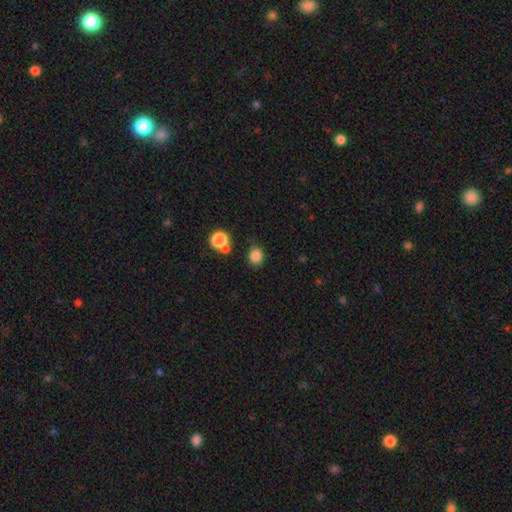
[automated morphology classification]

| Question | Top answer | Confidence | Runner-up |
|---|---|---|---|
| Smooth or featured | smooth | 83% | star or artifact (12%) |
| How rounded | round | 74% | in between (25%) |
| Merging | none | 74% | minor disturbance (14%) |